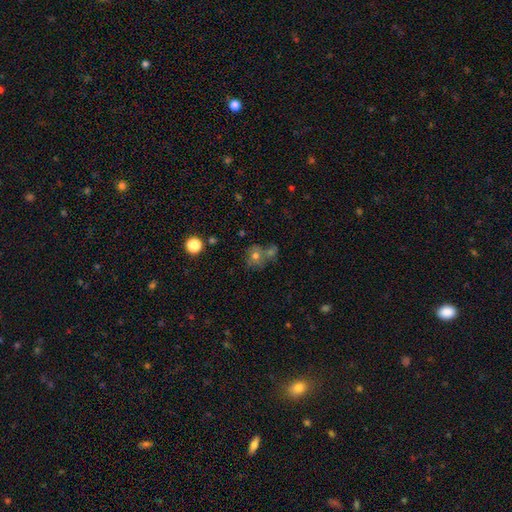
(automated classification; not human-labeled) Smooth or featured: smooth — 64% (featured or disk — 20%)
How rounded: round — 76% (in between — 23%)
Merging: none — 45% (merger — 35%)